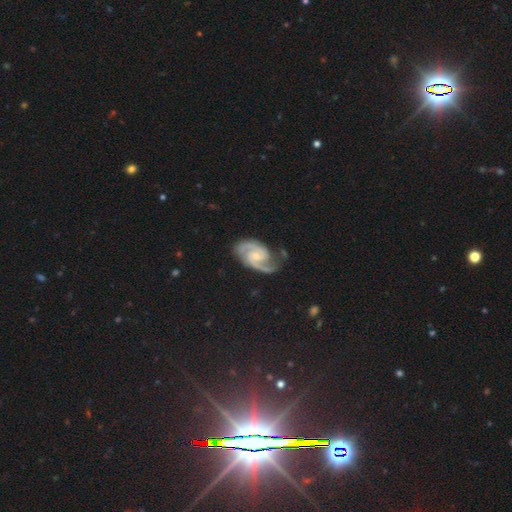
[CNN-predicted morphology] Smooth or featured? featured or disk (93%)
Edge-on disk? no (98%)
Bar? no (52%)
Spiral arms? yes (99%)
Spiral winding? medium (52%)
Spiral arm count? 2 (90%)
Bulge size? small (58%)
Merging? none (75%)